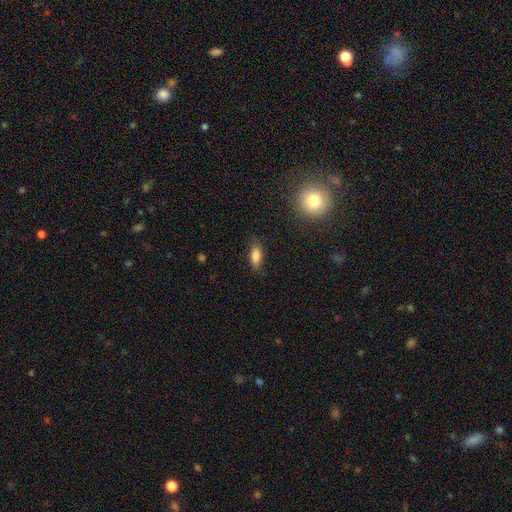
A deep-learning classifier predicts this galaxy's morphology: This is clearly a smooth galaxy (84%). How rounded: clearly in between (82%). Merging: likely none (77%).